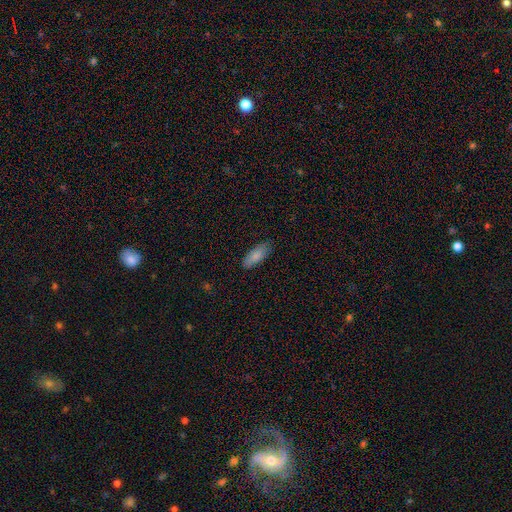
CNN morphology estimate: type=smooth (84%); roundness=in between (76%); merging=none (82%).